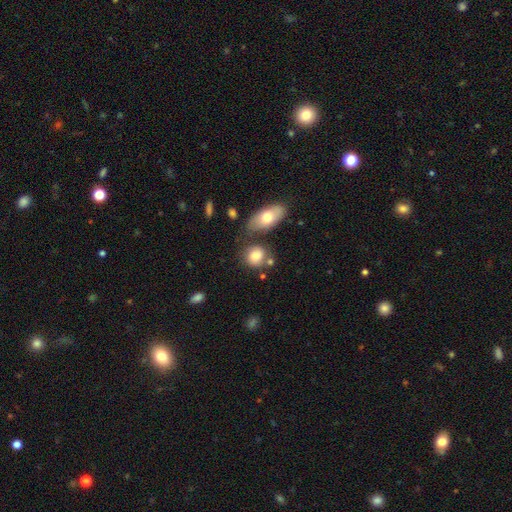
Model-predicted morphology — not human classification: Overall: smooth (79%). How rounded: round (66%; in between 32%). Merging: none (63%).